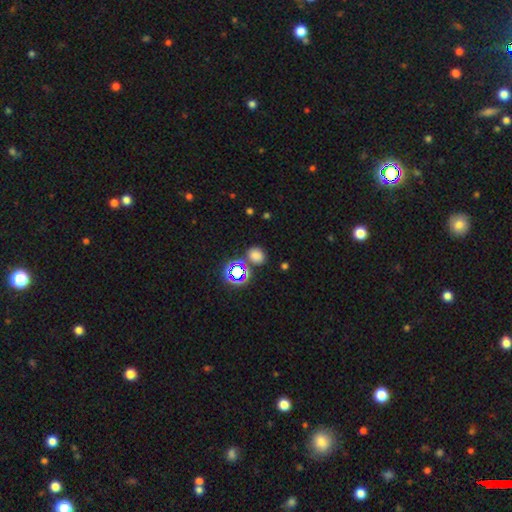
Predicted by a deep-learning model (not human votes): smooth-or-featured: smooth: 68% | star or artifact: 26% | featured or disk: 6%
  how-rounded: round: 58% | in between: 41% | cigar-shaped: 1%
  merging: none: 74% | minor disturbance: 11% | merger: 10% | major disturbance: 4%